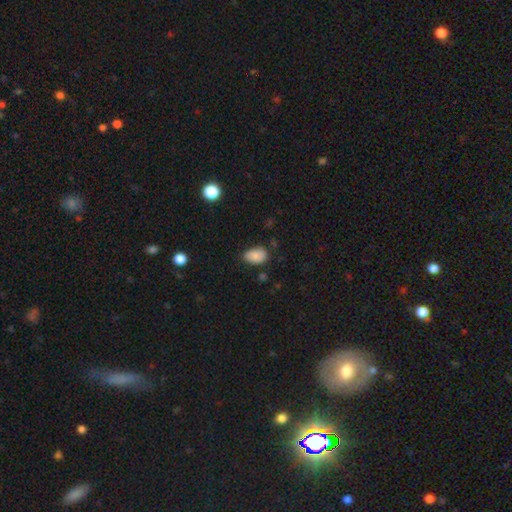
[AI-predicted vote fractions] A smooth galaxy with no disk features (85%) that is in between round and cigar-shaped (88%). Merging: none (70%).